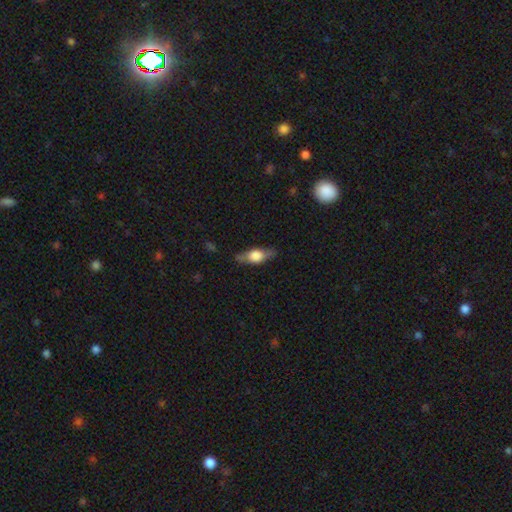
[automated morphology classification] Overall: featured or disk (49%; smooth 45%). Merging: none (80%).